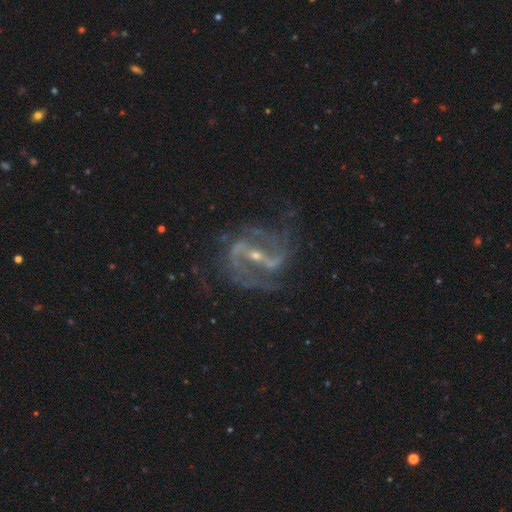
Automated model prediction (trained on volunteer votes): A featured or disk galaxy (91%) with a strong bar (61%), 2 (81%) medium (54%) spiral arms (97%) and a small central bulge (71%). Merging: none (65%).